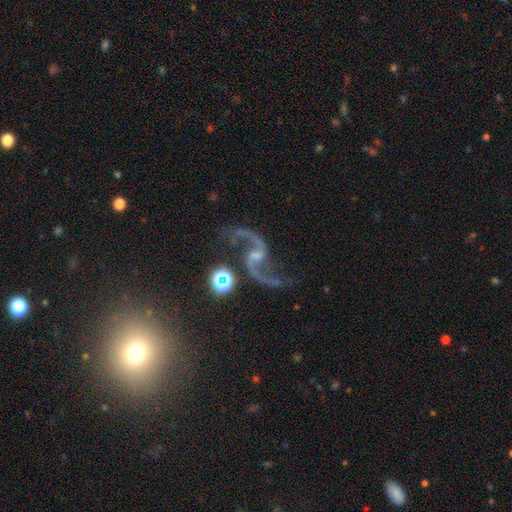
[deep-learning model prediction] Overall: featured or disk (87%). Edge-on disk: no (96%). Bar: weak (44%; no 38%). Spiral arms: yes (97%). Spiral arm count: 2 (93%). Spiral winding: loose (73%). Bulge size: small (60%; moderate 25%). Merging: none (68%).